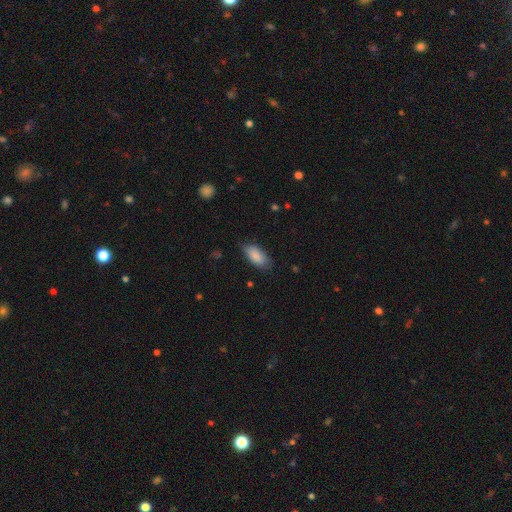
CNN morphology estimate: Smooth or featured?
  - smooth: 87% *
  - featured or disk: 7%
  - star or artifact: 6%
How rounded?
  - in between: 89% *
  - cigar-shaped: 8%
  - round: 2%
Merging?
  - none: 75% *
  - minor disturbance: 20%
  - major disturbance: 4%
  - merger: 1%